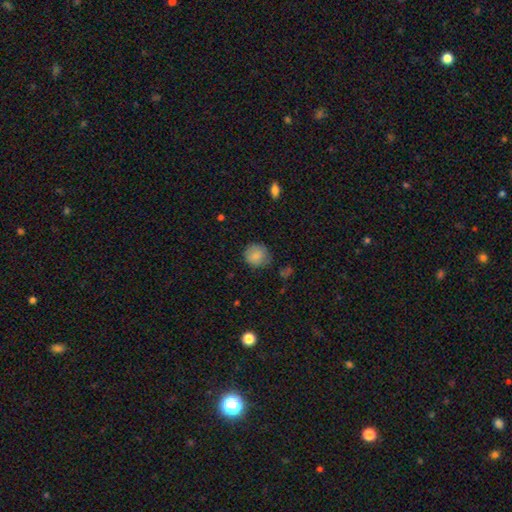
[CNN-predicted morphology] smooth_or_featured: smooth (p=0.83) [alt: star or artifact p=0.09]
how_rounded: round (p=0.86) [alt: in between p=0.13]
merging: none (p=0.75) [alt: minor disturbance p=0.18]